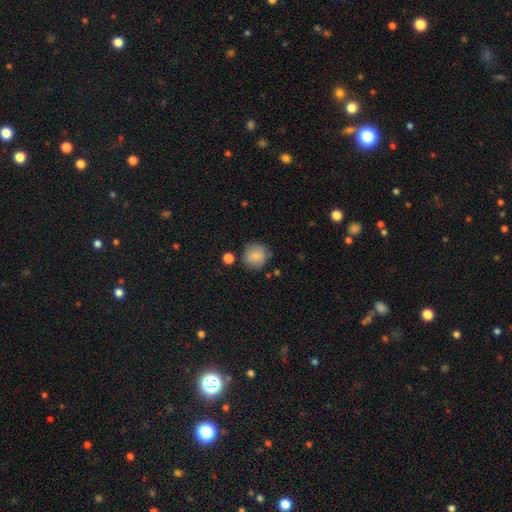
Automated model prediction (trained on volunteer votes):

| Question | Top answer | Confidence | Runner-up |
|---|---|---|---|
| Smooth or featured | smooth | 83% | featured or disk (8%) |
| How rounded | round | 91% | in between (8%) |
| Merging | none | 77% | minor disturbance (14%) |